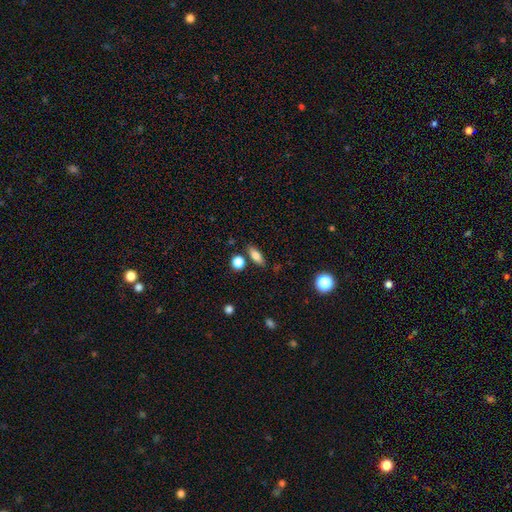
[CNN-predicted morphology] smooth-or-featured: smooth: 77% | featured or disk: 14% | star or artifact: 9%
  how-rounded: in between: 69% | cigar-shaped: 23% | round: 8%
  merging: none: 80% | minor disturbance: 11% | merger: 6% | major disturbance: 3%